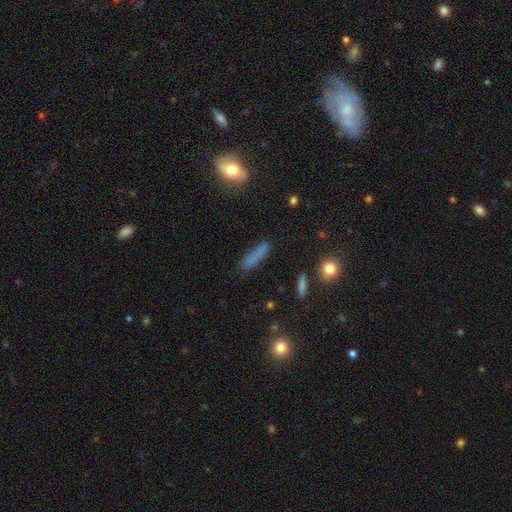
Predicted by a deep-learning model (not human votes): Smooth or featured? Predicted: smooth (p=0.74). How rounded? Predicted: cigar-shaped (p=0.81). Merging? Predicted: none (p=0.75).